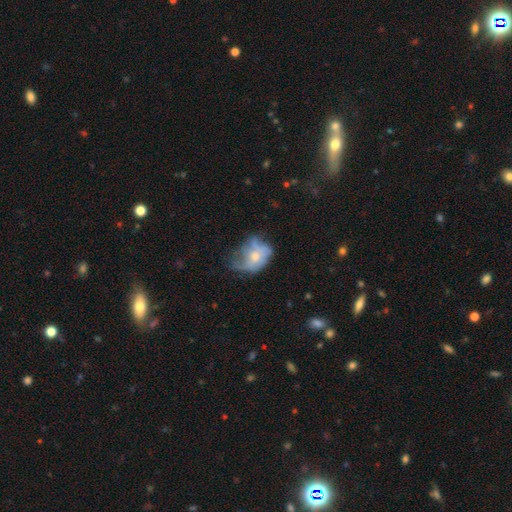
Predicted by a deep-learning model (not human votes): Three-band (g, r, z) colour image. It shows a featured or disk galaxy (51%). Merging: major disturbance (35%).